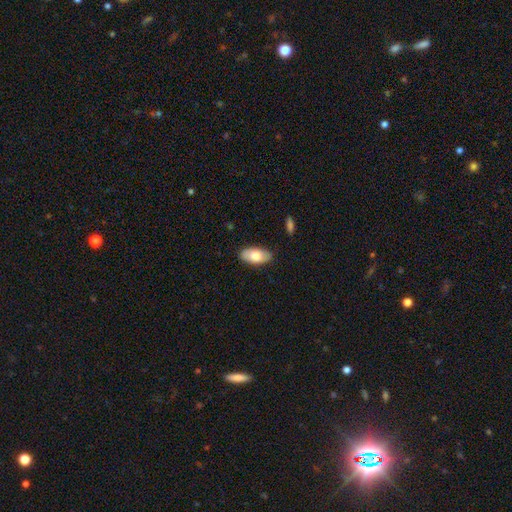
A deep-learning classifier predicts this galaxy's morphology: Smooth or featured? smooth (77%)
How rounded? in between (94%)
Merging? none (86%)